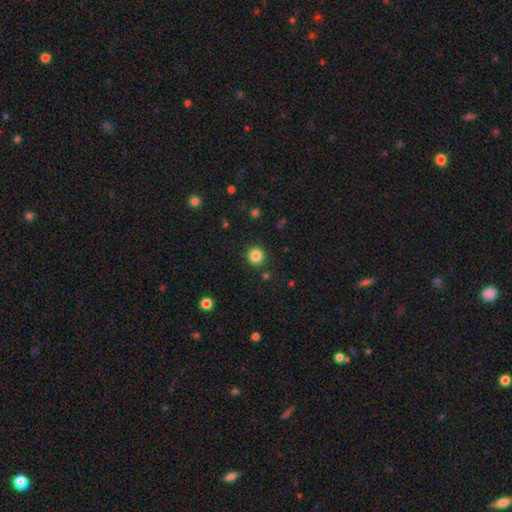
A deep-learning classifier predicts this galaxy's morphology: Smooth or featured: smooth — 84% (star or artifact — 11%)
How rounded: round — 93% (in between — 6%)
Merging: none — 91% (minor disturbance — 6%)